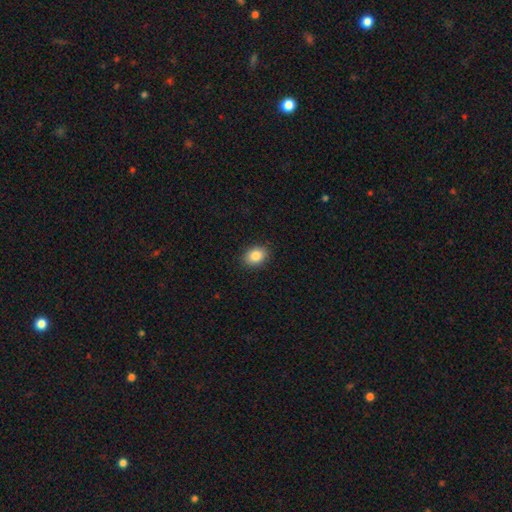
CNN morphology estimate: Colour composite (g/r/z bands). It shows a smooth galaxy with no disk features (86%) that is in between round and cigar-shaped (68%). Merging: none (89%).